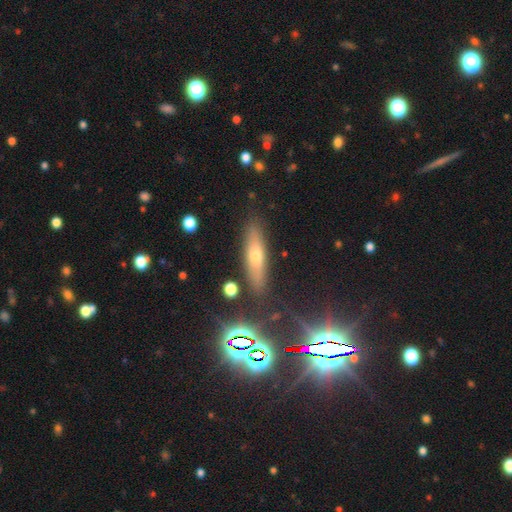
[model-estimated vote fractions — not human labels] A smooth galaxy with no disk features (34%, tied with featured or disk).

Vote fractions:
- Smooth or featured? smooth: 34% (tied) / featured or disk: 34% (tied) / star or artifact: 32%
- Merging? none: 85% / minor disturbance: 10% / major disturbance: 3% / merger: 3%